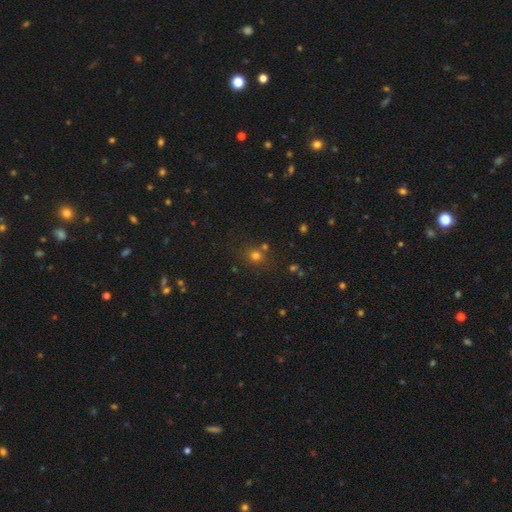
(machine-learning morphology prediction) This appears to be a smooth galaxy with no disk features (72%) that is round (84%). Merging: none (72%).